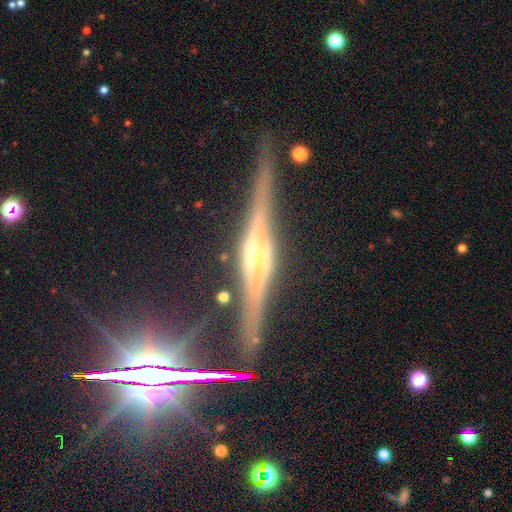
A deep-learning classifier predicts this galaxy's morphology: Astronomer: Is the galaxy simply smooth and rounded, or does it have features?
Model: featured or disk — 83%.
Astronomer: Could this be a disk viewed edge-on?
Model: yes — 95%.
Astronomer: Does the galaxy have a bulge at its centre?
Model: rounded — 69%.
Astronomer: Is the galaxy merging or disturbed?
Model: none — 81%.